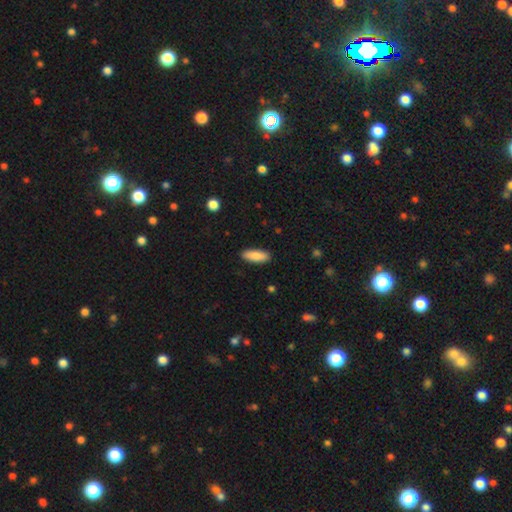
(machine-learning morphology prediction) type=smooth (85%); roundness=in between (65%); merging=none (89%).